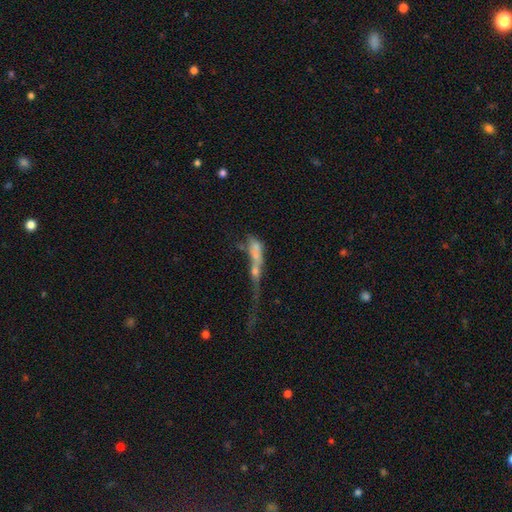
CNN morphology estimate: Overall: featured or disk (46%; smooth 37%). Merging: merger (47%; major disturbance 31%).